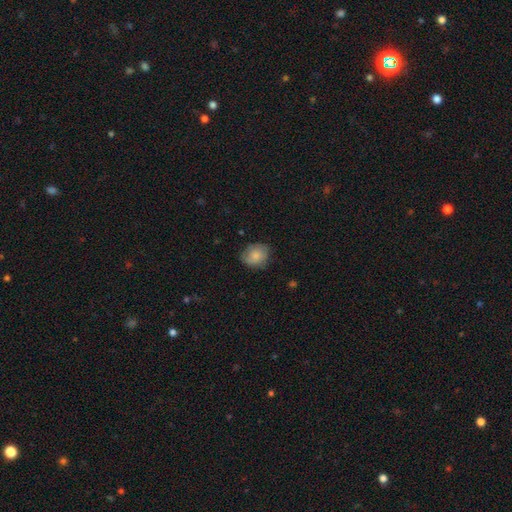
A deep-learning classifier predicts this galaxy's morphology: type=smooth (79%); roundness=round (62%); merging=none (72%).